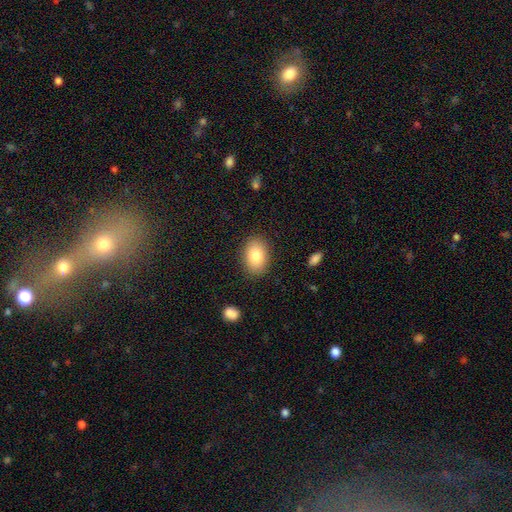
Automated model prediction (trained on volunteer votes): smooth_or_featured: smooth (p=0.83) [alt: featured or disk p=0.10]
how_rounded: in between (p=0.85) [alt: round p=0.14]
merging: none (p=0.87) [alt: minor disturbance p=0.10]